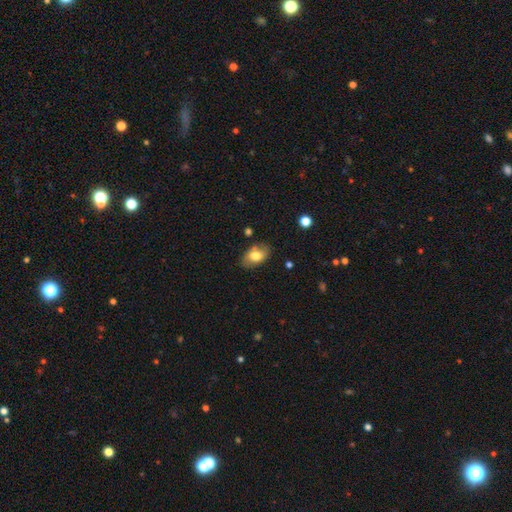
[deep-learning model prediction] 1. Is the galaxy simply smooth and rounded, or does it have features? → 71% smooth, 22% featured or disk, 8% star or artifact.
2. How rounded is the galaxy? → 90% in between, 8% round, 2% cigar-shaped.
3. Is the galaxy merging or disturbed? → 77% none, 16% minor disturbance, 3% major disturbance, 3% merger.